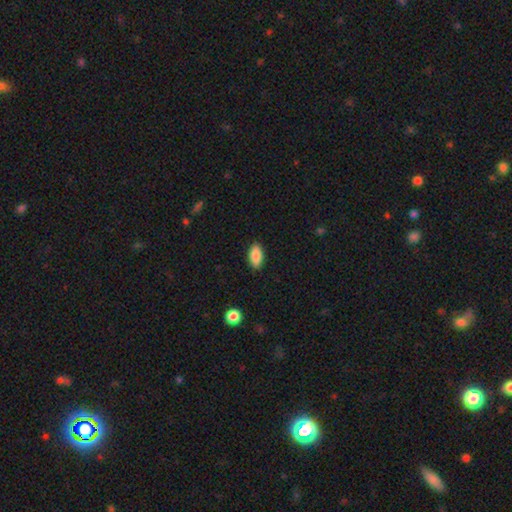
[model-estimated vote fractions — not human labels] smooth-or-featured: smooth: 87% | star or artifact: 7% | featured or disk: 6%
  how-rounded: in between: 91% | cigar-shaped: 6% | round: 3%
  merging: none: 88% | minor disturbance: 9% | major disturbance: 2% | merger: 1%